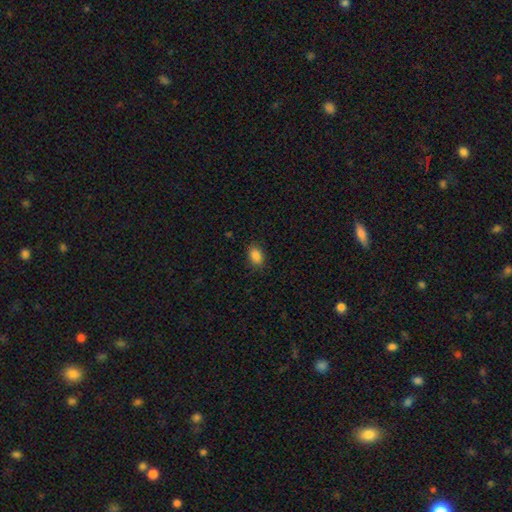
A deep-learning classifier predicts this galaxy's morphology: Smooth or featured? Predicted: smooth (p=0.87). How rounded? Predicted: in between (p=0.82). Merging? Predicted: none (p=0.87).